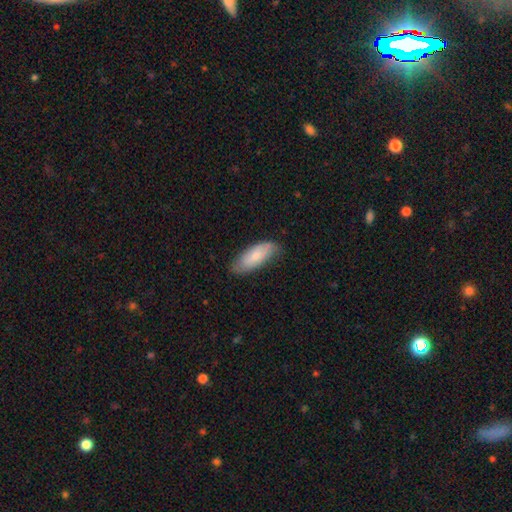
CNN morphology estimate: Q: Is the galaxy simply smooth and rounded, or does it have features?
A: smooth — 71%.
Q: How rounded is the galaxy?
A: in between — 75%.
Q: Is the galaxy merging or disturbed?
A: none — 74%.